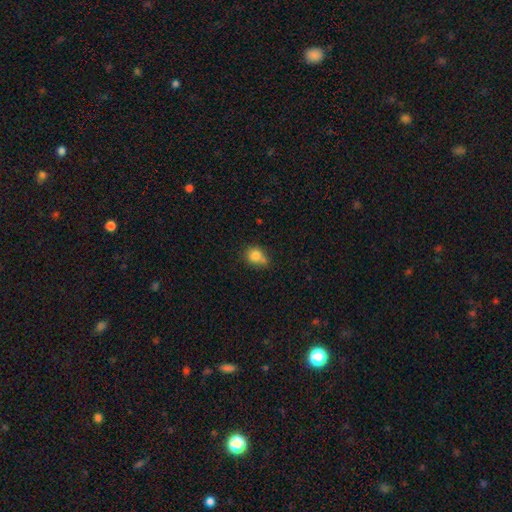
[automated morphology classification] Q: Smooth or featured?
A: smooth (80%); runner-up: star or artifact (11%)
Q: How rounded?
A: round (68%); runner-up: in between (31%)
Q: Merging?
A: none (50%); runner-up: minor disturbance (25%)